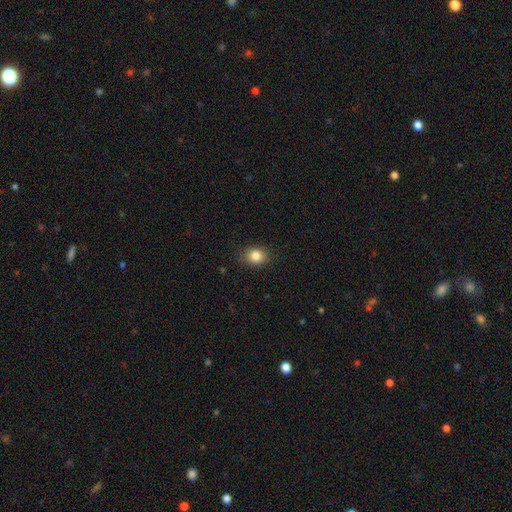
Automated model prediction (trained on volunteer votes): A smooth galaxy with no disk features (84%) that is round (52%). Merging: none (83%).